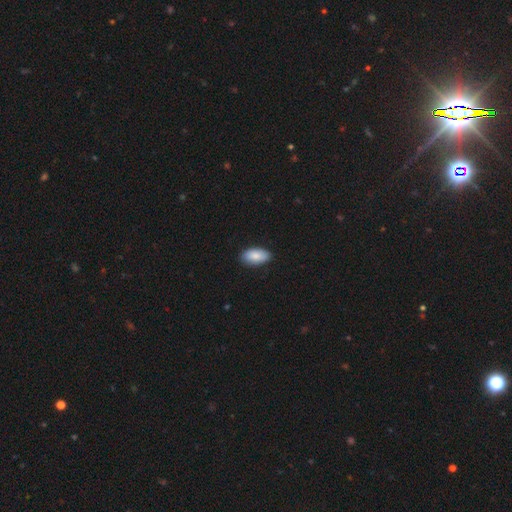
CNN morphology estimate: Overall: smooth (86%). How rounded: in between (94%). Merging: none (86%).